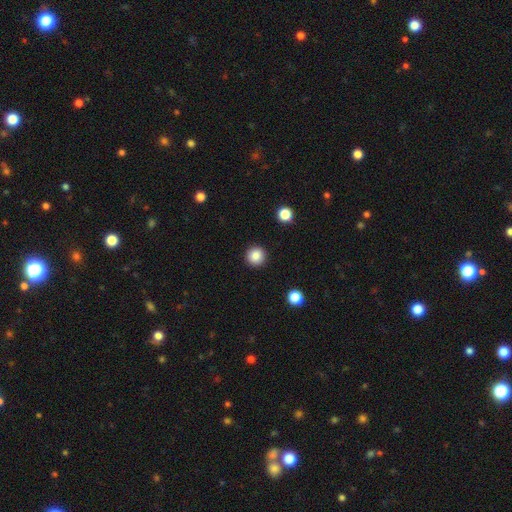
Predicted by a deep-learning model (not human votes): Morphology: type=smooth (86%); roundness=round (96%); merging=none (93%).